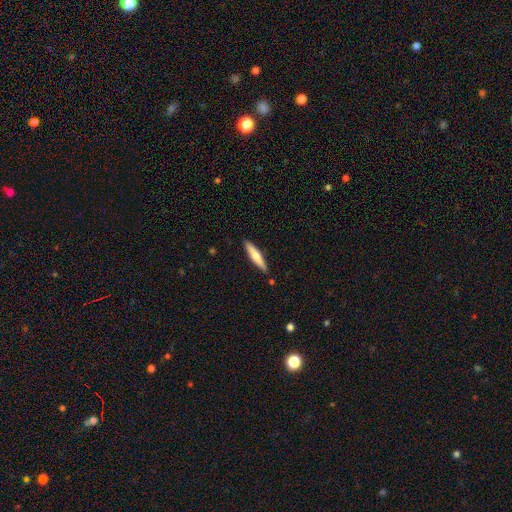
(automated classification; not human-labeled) Q: Smooth or featured?
A: smooth (59%); runner-up: featured or disk (36%)
Q: How rounded?
A: cigar-shaped (85%); runner-up: in between (14%)
Q: Merging?
A: none (87%); runner-up: minor disturbance (9%)